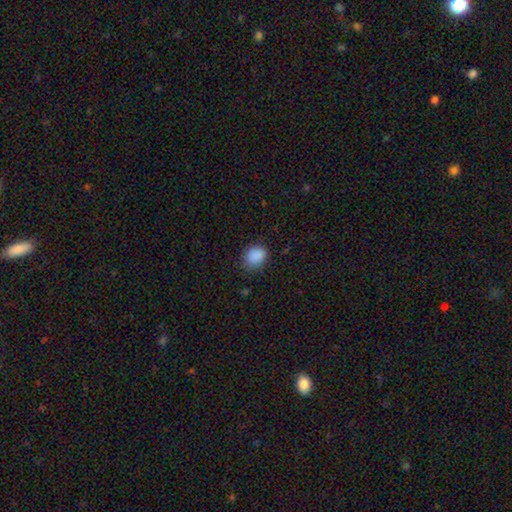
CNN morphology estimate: This is clearly a smooth galaxy (88%). How rounded: possibly round (53%). Merging: likely none (78%).